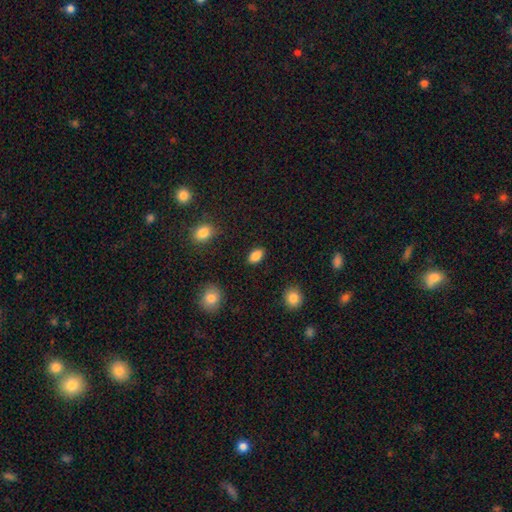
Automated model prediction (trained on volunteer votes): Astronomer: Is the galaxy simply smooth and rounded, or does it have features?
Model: smooth — 87%.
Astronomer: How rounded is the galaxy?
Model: in between — 89%.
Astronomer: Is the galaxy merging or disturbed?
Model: none — 89%.